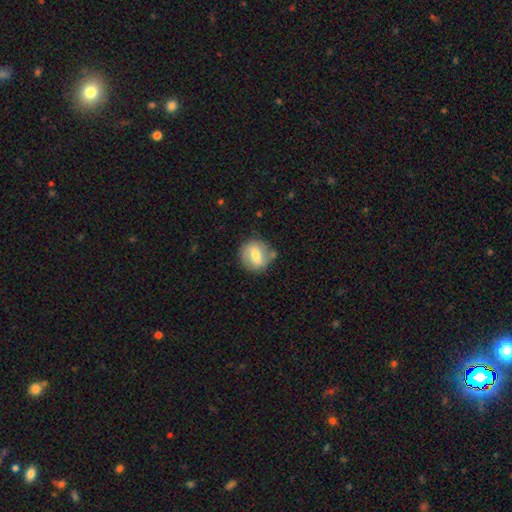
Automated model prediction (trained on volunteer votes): Morphology: type=smooth (63%); roundness=round (82%); merging=none (74%).